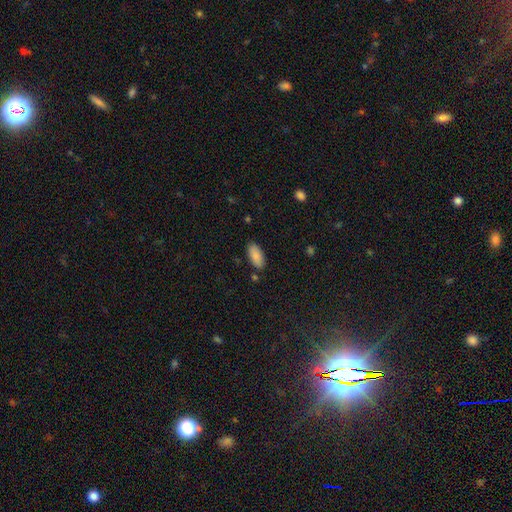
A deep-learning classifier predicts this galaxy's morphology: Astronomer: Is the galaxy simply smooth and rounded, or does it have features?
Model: smooth — 88%.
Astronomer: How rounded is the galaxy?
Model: in between — 91%.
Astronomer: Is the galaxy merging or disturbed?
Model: none — 85%.